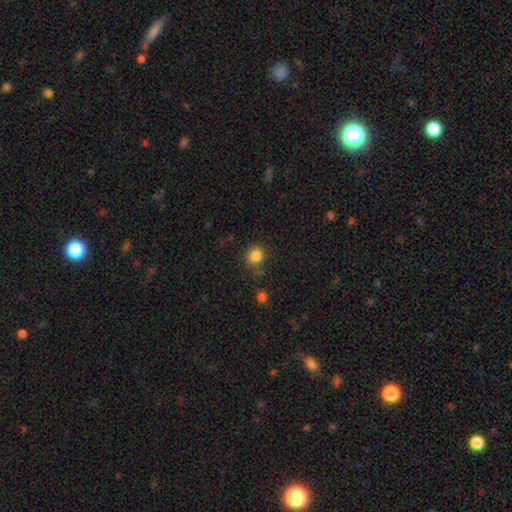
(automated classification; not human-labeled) Smooth or featured?
  - smooth: 84% *
  - star or artifact: 12%
  - featured or disk: 4%
How rounded?
  - round: 88% *
  - in between: 11%
  - cigar-shaped: 1%
Merging?
  - none: 76% *
  - minor disturbance: 14%
  - merger: 5%
  - major disturbance: 5%